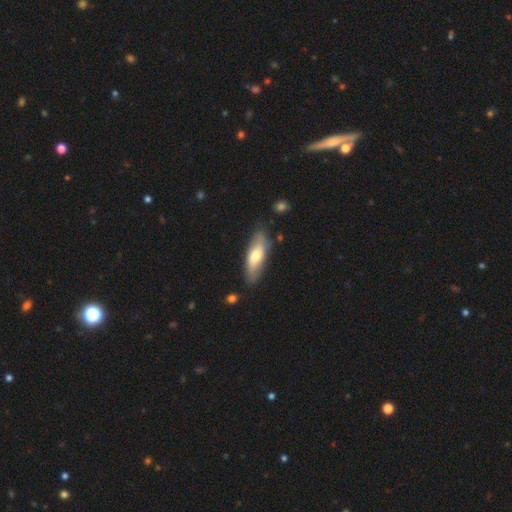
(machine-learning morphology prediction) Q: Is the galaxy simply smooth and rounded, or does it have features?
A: smooth — 58%.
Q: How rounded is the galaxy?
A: in between — 64%.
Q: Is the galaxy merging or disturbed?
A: none — 76%.